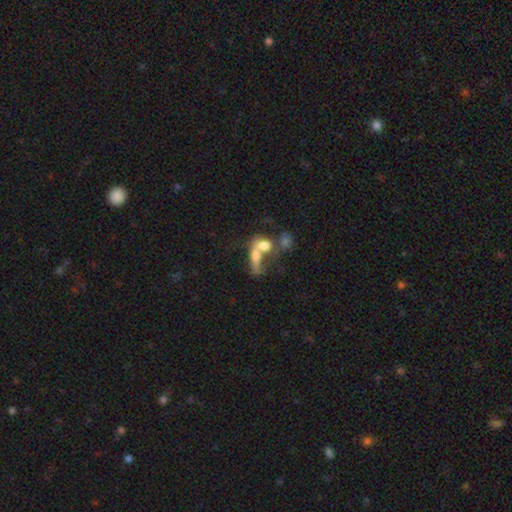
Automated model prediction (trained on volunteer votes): A smooth galaxy with no disk features (55%) that is in between round and cigar-shaped (65%). Merging: merger (68%).